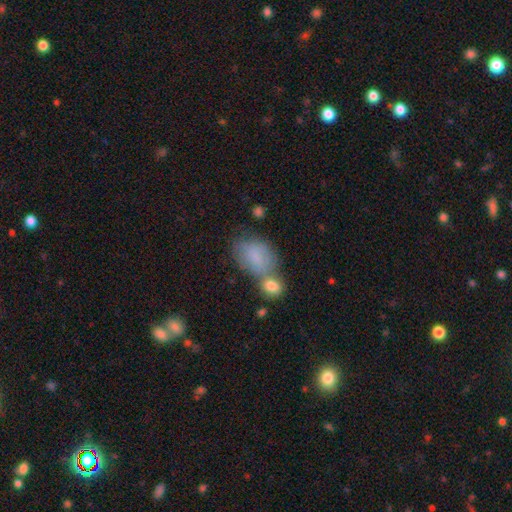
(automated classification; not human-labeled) Overall: smooth (76%). How rounded: in between (82%). Merging: merger (40%; none 32%).